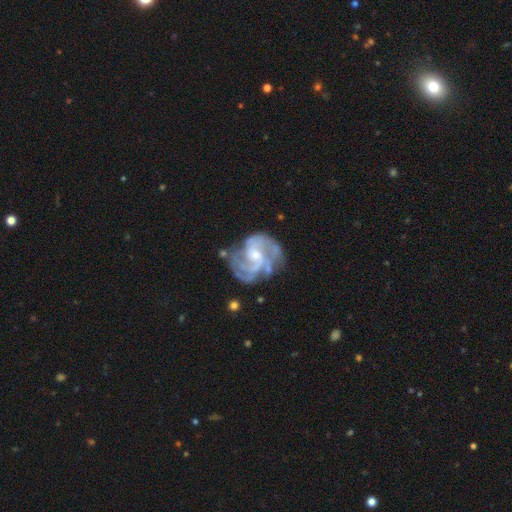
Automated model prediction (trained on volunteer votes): The model was most divided on "bulge size" (2-way tie): moderate: 44%, small: 44%, none: 7%, large: 4%, dominant: 1%. Remaining: edge-on disk — no (98%); spiral arms — yes (95%); smooth or featured — featured or disk (88%); merging — none (60%); spiral winding — medium (49%); spiral arm count — 2 (48%); bar — no (48%).